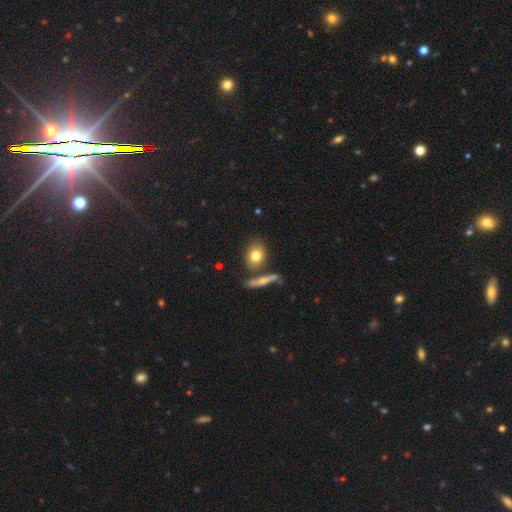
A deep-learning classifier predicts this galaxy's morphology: Overall: smooth (77%). How rounded: in between (54%; round 42%). Merging: none (69%).